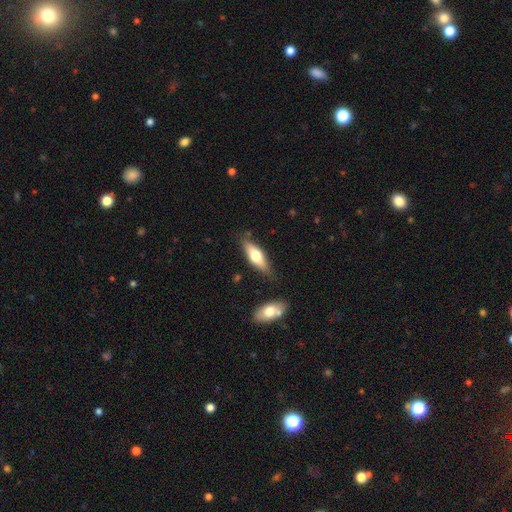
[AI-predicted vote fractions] Morphology: type=smooth (56%); roundness=in between (54%); merging=none (79%).